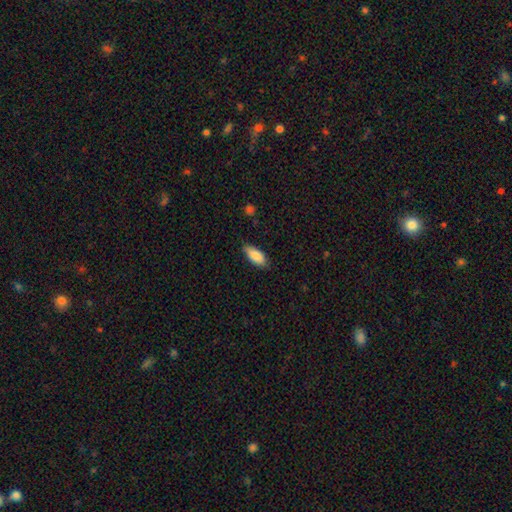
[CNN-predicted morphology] Smooth or featured?
  - smooth: 88% *
  - featured or disk: 6%
  - star or artifact: 6%
How rounded?
  - in between: 87% *
  - cigar-shaped: 11%
  - round: 2%
Merging?
  - none: 74% *
  - minor disturbance: 21%
  - major disturbance: 3%
  - merger: 1%